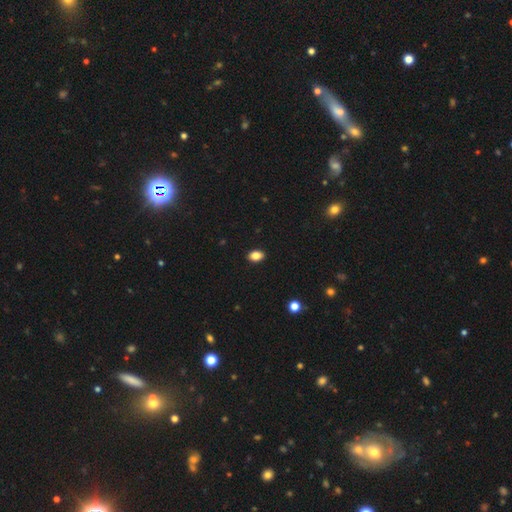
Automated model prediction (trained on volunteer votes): Morphology: type=smooth (85%); roundness=in between (82%); merging=none (90%).